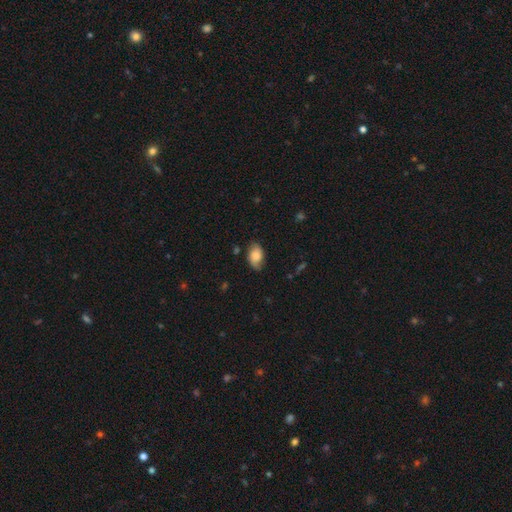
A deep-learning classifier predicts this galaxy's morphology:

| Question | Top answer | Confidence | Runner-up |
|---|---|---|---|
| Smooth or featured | smooth | 67% | featured or disk (25%) |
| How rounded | in between | 88% | round (10%) |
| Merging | none | 70% | minor disturbance (23%) |